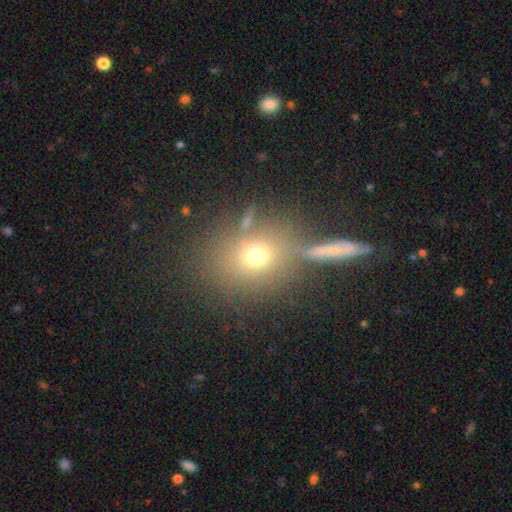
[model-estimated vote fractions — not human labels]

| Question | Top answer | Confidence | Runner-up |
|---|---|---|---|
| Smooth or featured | smooth | 66% | star or artifact (17%) |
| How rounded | round | 69% | in between (29%) |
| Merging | none | 68% | merger (14%) |